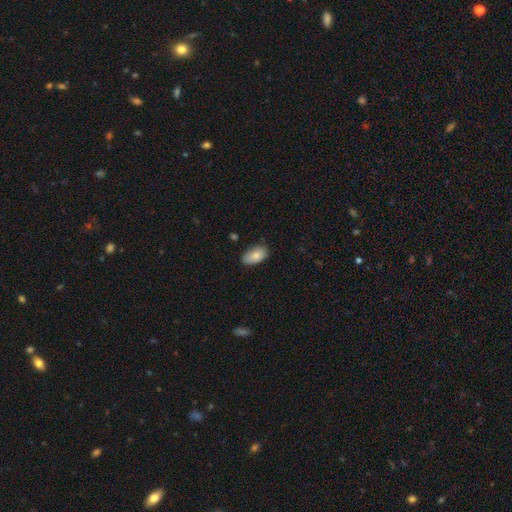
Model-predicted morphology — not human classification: This appears to be a smooth galaxy with no disk features (84%) that is in between round and cigar-shaped (94%). Merging: none (76%).